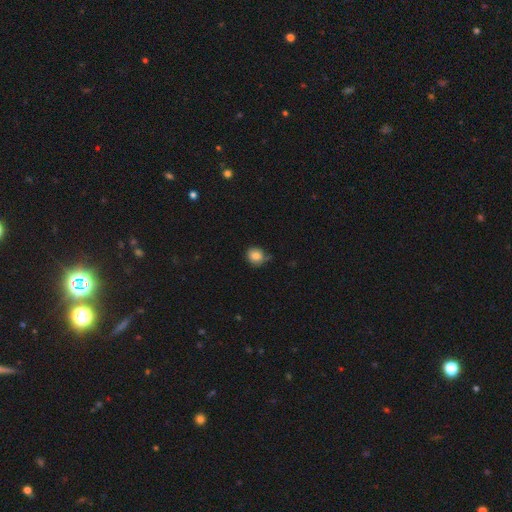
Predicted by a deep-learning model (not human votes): A smooth galaxy with no disk features (82%) that is round (78%). Merging: none (57%).